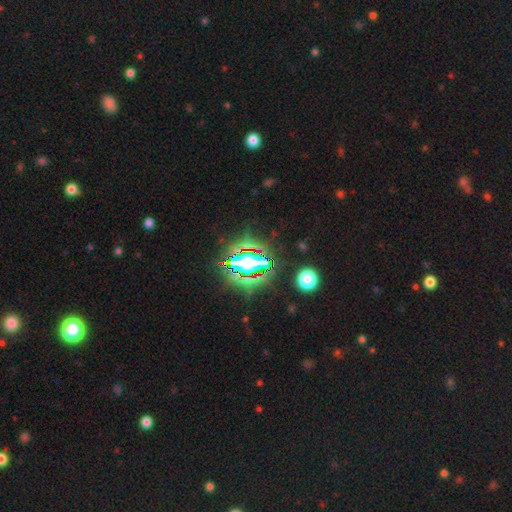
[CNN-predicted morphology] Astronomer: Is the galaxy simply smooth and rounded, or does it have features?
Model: star or artifact — 63%.